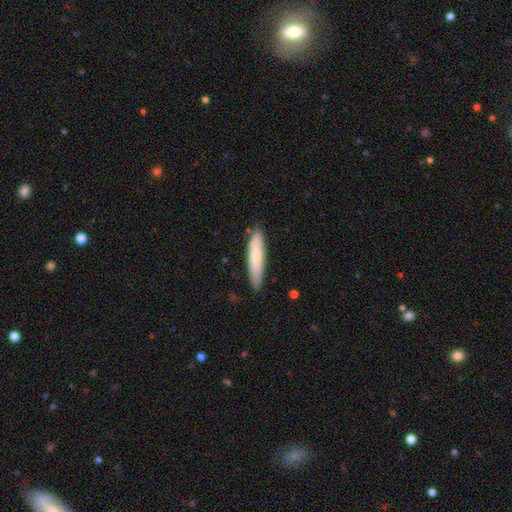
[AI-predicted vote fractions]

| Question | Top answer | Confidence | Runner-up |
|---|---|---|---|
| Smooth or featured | smooth | 72% | featured or disk (22%) |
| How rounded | cigar-shaped | 84% | in between (15%) |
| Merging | none | 85% | minor disturbance (12%) |